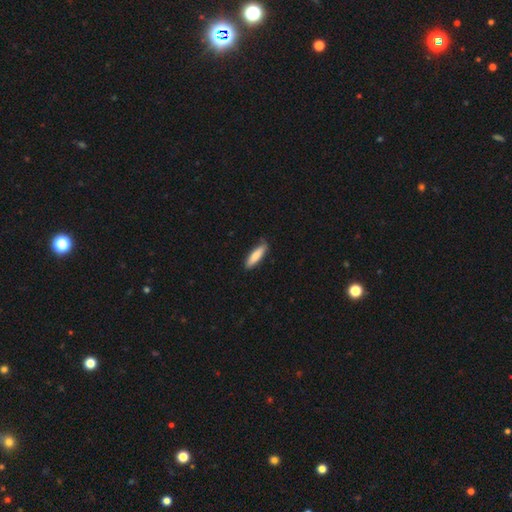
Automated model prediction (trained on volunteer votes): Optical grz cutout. It shows a smooth galaxy with no disk features (82%) that is cigar-shaped (69%). Merging: none (81%).